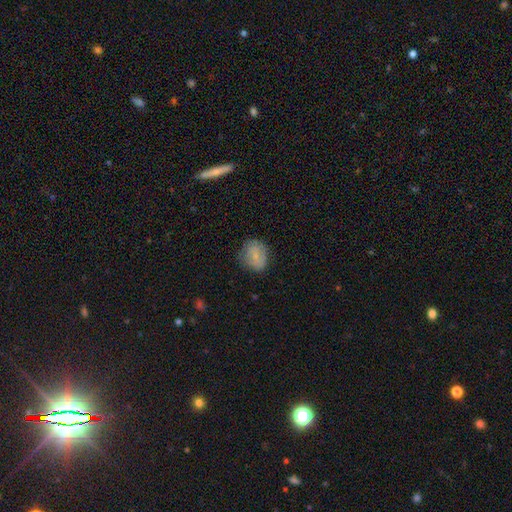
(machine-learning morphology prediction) Overall: smooth (72%). How rounded: round (64%; in between 35%). Merging: none (73%).